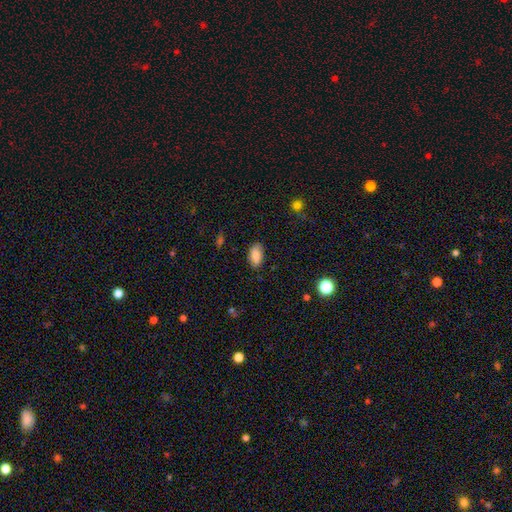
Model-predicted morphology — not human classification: A smooth galaxy with no disk features (83%) that is in between round and cigar-shaped (91%).

Vote fractions:
- Smooth or featured? smooth: 83% / featured or disk: 9% / star or artifact: 8%
- How rounded? in between: 91% / cigar-shaped: 6% / round: 3%
- Merging? none: 82% / minor disturbance: 13% / major disturbance: 3% / merger: 1%